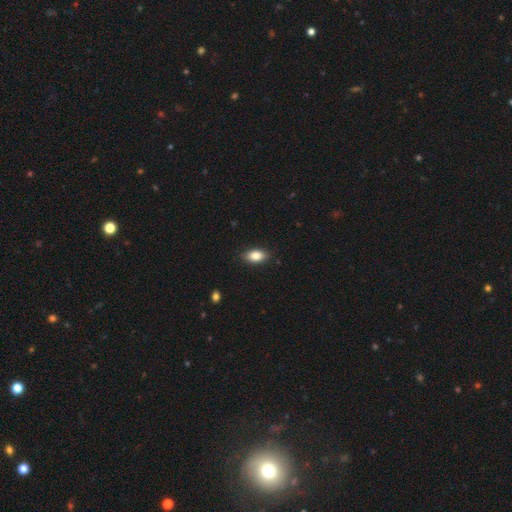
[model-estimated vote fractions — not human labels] Q: Smooth or featured?
A: smooth (84%); runner-up: featured or disk (9%)
Q: How rounded?
A: in between (89%); runner-up: round (6%)
Q: Merging?
A: none (86%); runner-up: minor disturbance (11%)